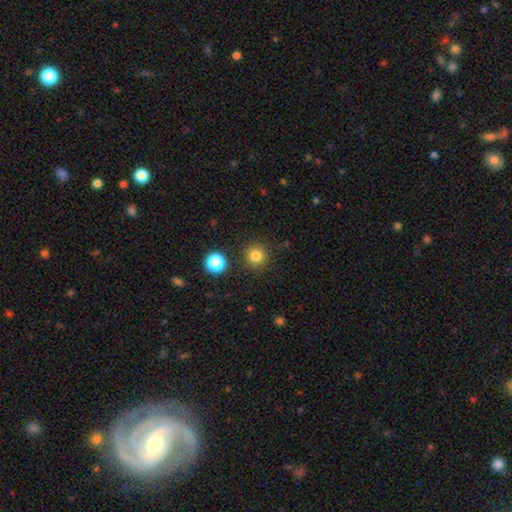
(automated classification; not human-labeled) Smooth or featured?
  - smooth: 81% *
  - star or artifact: 13%
  - featured or disk: 5%
How rounded?
  - round: 94% *
  - in between: 5%
  - cigar-shaped: 1%
Merging?
  - none: 88% *
  - minor disturbance: 7%
  - merger: 3%
  - major disturbance: 3%